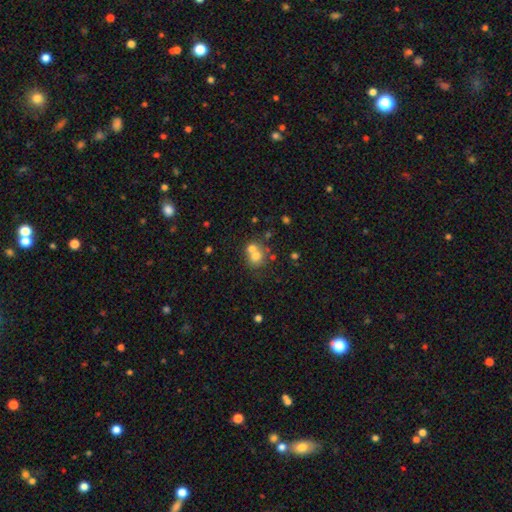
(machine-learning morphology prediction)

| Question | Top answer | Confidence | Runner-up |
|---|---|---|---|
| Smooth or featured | smooth | 66% | featured or disk (21%) |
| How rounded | round | 78% | in between (21%) |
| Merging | merger | 55% | none (35%) |